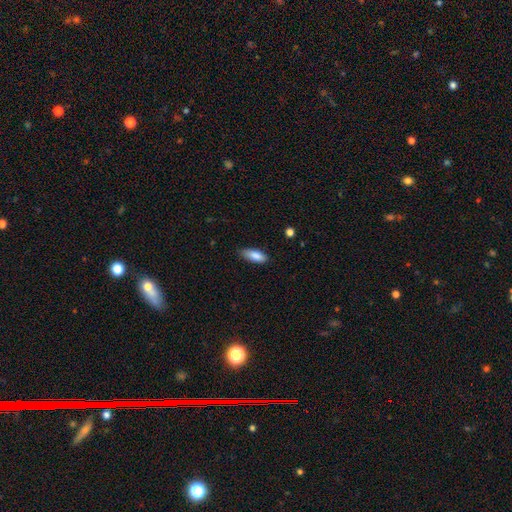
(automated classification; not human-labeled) Smooth or featured? Predicted: smooth (p=0.86). How rounded? Predicted: in between (p=0.72). Merging? Predicted: none (p=0.77).